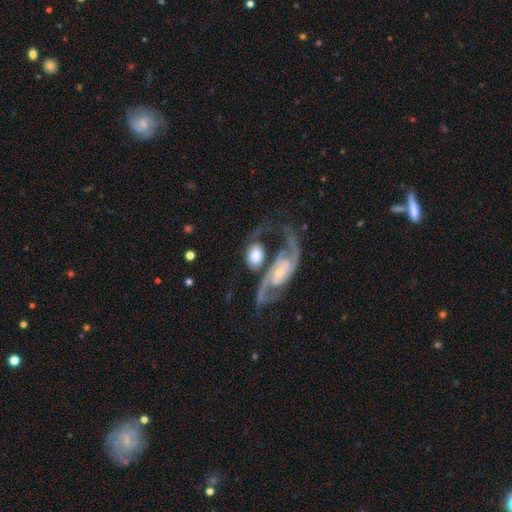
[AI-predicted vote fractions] Smooth or featured: featured or disk — 61% (smooth — 33%)
Edge-on disk: no — 94% (yes — 6%)
Bar: no — 57% (weak — 31%)
Spiral arms: yes — 90% (no — 10%)
Spiral winding: loose — 52% (medium — 38%)
Spiral arm count: 2 — 89% (1 — 4%)
Bulge size: small — 40% (moderate — 34%)
Merging: merger — 42% (none — 31%)